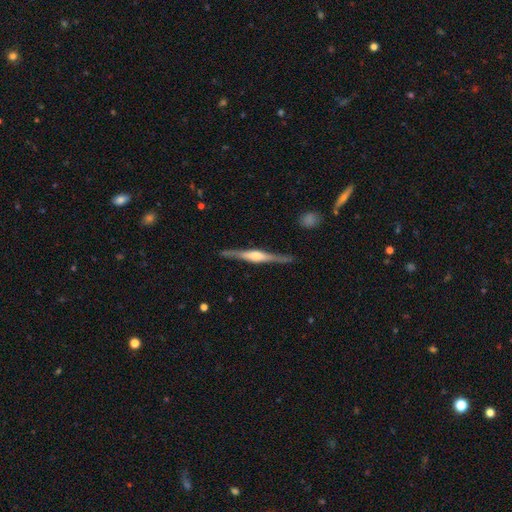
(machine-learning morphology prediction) smooth_or_featured: featured or disk (p=0.81) [alt: smooth p=0.15]
disk_edge_on: yes (p=0.98) [alt: no p=0.02]
edge_on_bulge: rounded (p=0.78) [alt: boxy p=0.17]
merging: none (p=0.88) [alt: minor disturbance p=0.09]